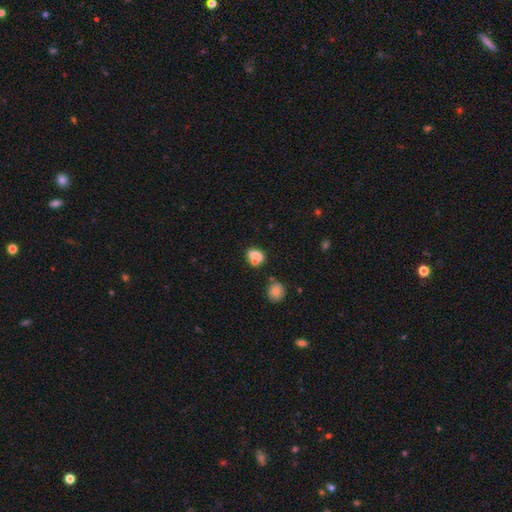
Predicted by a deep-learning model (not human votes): This appears to be a smooth galaxy with no disk features (73%) that is in between round and cigar-shaped (62%). Merging: none (45%).